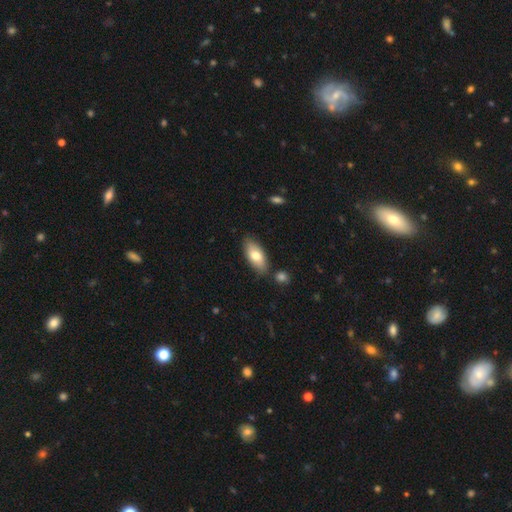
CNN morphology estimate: Smooth or featured? smooth (74%)
How rounded? in between (85%)
Merging? none (80%)